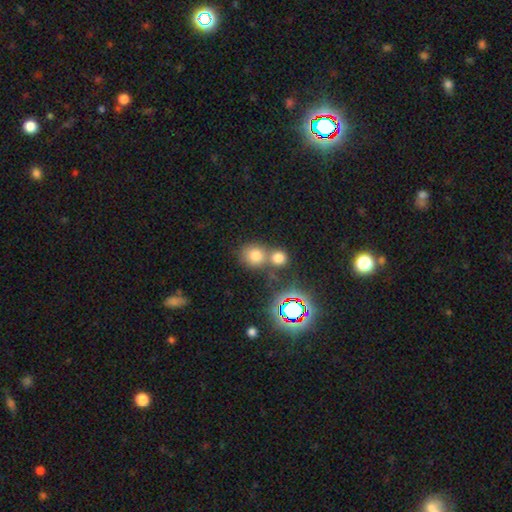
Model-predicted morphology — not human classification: This is likely a smooth galaxy (71%). How rounded: clearly round (82%). Merging: possibly none (50%).